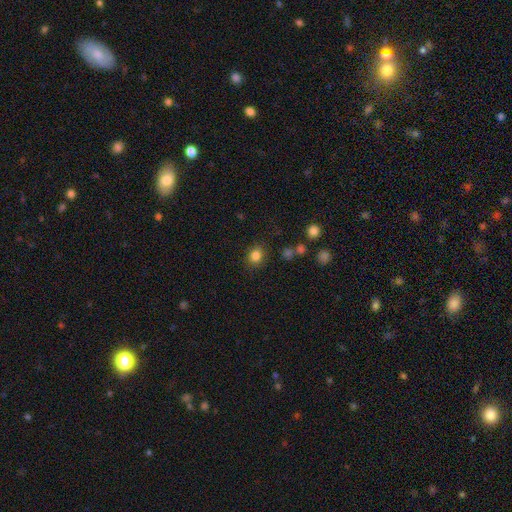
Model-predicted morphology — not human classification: Overall: smooth (83%). How rounded: round (63%; in between 36%). Merging: none (84%).